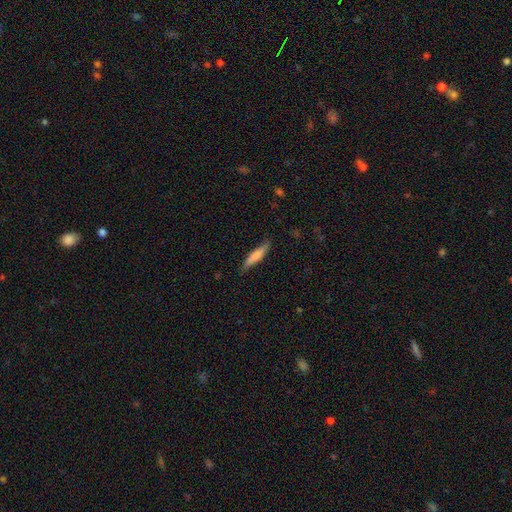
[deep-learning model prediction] The model was most divided on "smooth or featured": smooth: 74%, featured or disk: 20%, star or artifact: 6%. More confident: how rounded — cigar-shaped (81%); merging — none (77%).